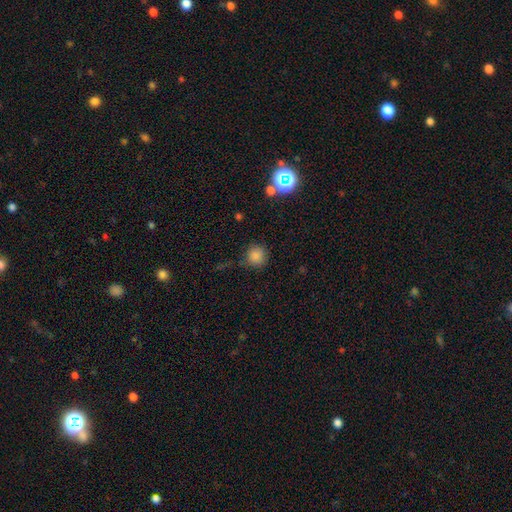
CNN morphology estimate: Smooth or featured? smooth (82%)
How rounded? round (92%)
Merging? none (79%)